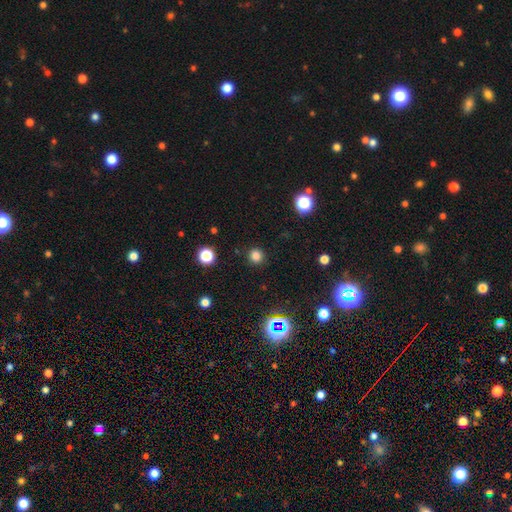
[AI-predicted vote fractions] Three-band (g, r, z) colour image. It shows a smooth galaxy with no disk features (79%) that is round (93%). Merging: none (90%).